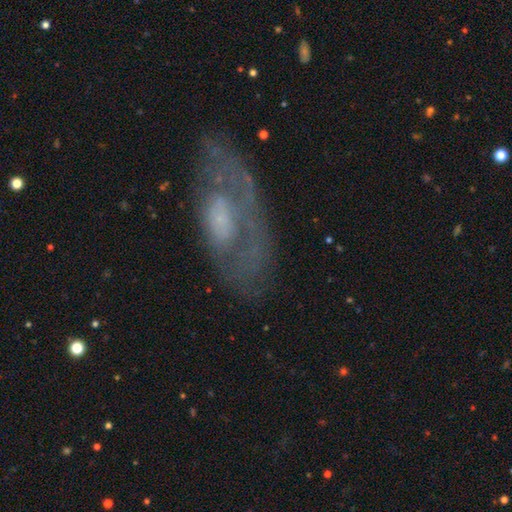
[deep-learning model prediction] featured or disk 64%, smooth 26%, star or artifact 10%. Down the decision tree: edge-on disk — no (90%); bar — no (79%); spiral arms — no (52%); bulge size — small (36%); merging — none (55%).